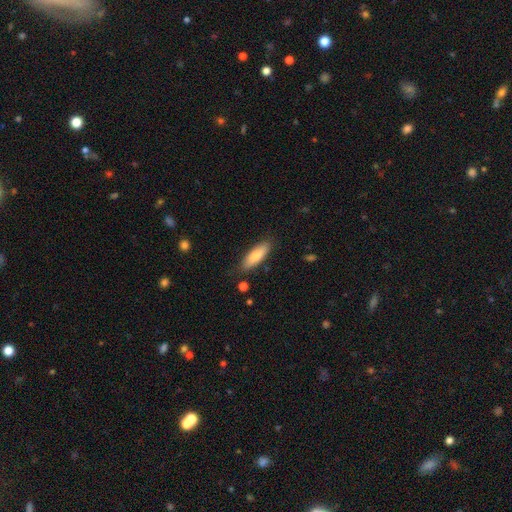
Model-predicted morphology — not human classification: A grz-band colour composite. It shows a smooth galaxy with no disk features (74%) that is in between round and cigar-shaped (52%). Merging: none (83%).